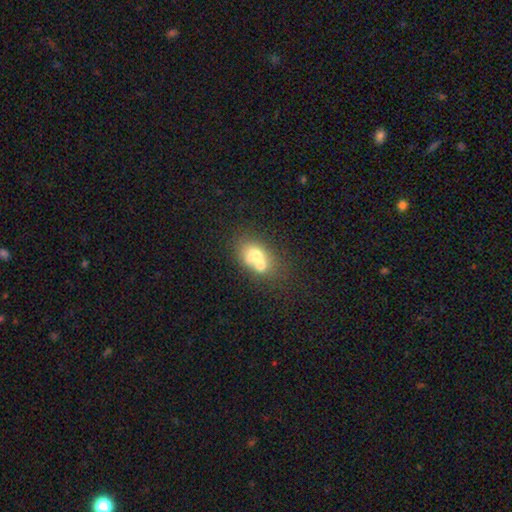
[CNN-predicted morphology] smooth 61%, featured or disk 29%, star or artifact 10%. Down the decision tree: how rounded — in between (58%); merging — merger (66%).